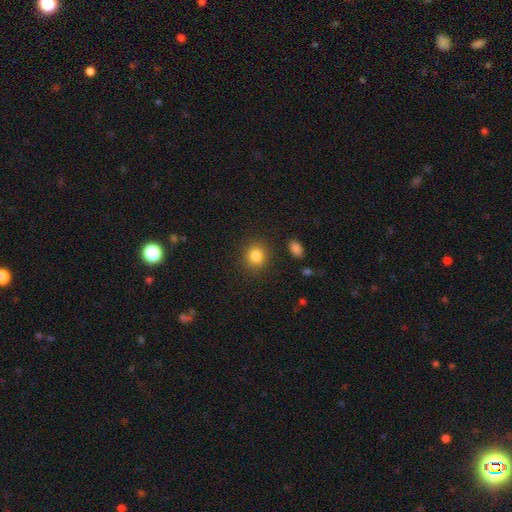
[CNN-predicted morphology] This appears to be a smooth galaxy with no disk features (84%) that is round (79%). Merging: none (87%).